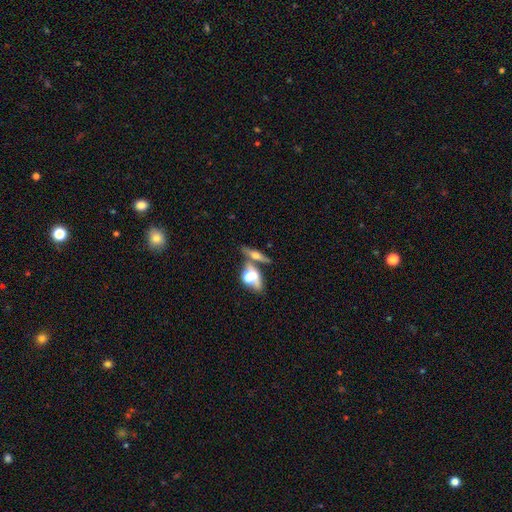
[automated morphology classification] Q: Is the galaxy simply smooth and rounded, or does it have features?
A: featured or disk — 49%.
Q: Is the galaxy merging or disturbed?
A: none — 61%.